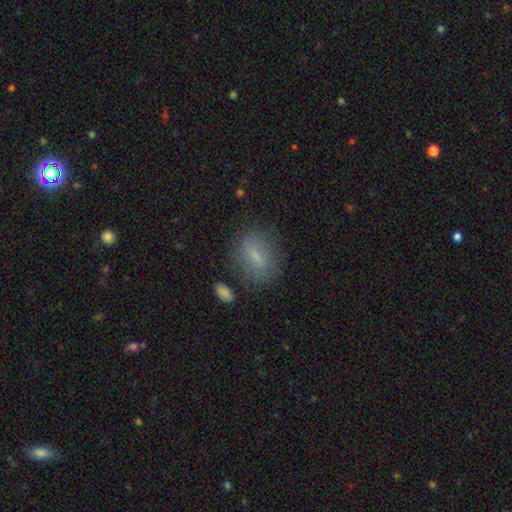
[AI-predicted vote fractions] Overall: smooth (68%). How rounded: in between (67%). Merging: none (74%).